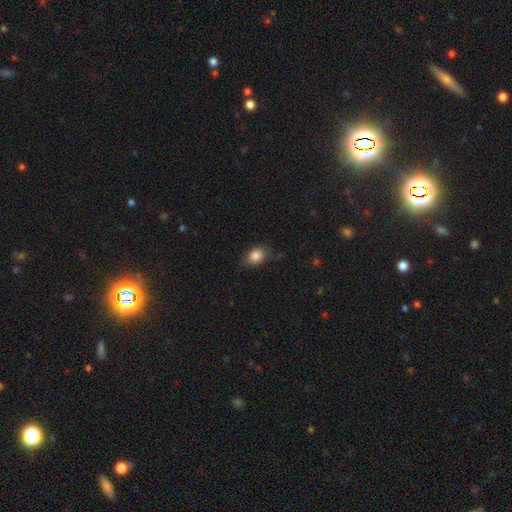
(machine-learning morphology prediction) smooth 85%, star or artifact 9%, featured or disk 6%. Down the decision tree: how rounded — in between (55%); merging — none (74%).